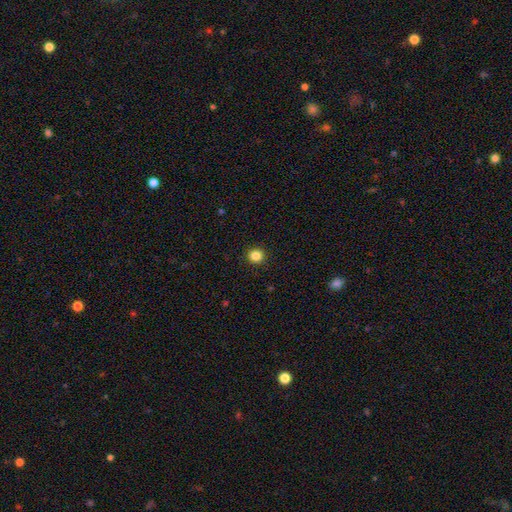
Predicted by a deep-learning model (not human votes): The model was most divided on "smooth or featured": smooth: 85%, star or artifact: 12%, featured or disk: 4%. More confident: how rounded — round (94%); merging — none (93%).